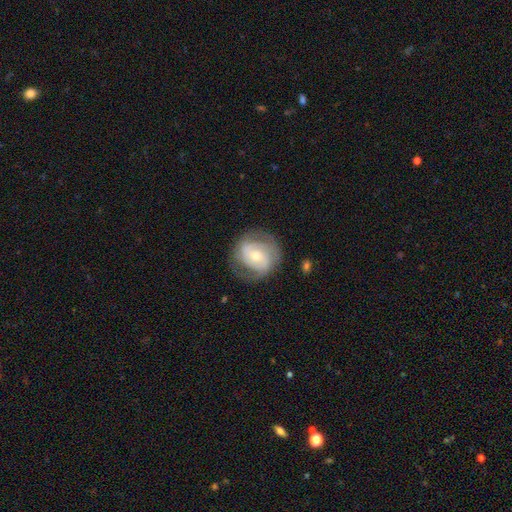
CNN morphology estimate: smooth-or-featured: featured or disk: 70% | smooth: 24% | star or artifact: 6%
  disk-edge-on: no: 97% | yes: 3%
    bar: no: 53% | weak: 34% | strong: 13%
    has-spiral-arms: yes: 83% | no: 17%
      spiral-winding: tight: 47% | medium: 38% | loose: 15%
      spiral-arm-count: 2: 63% | can't tell: 20% | 3: 9% | 1: 4% | 4: 2% | more than 4: 2%
    bulge-size: moderate: 52% | small: 42% | large: 3% | none: 1% | dominant: 1%
  merging: none: 72% | minor disturbance: 17% | major disturbance: 9% | merger: 1%